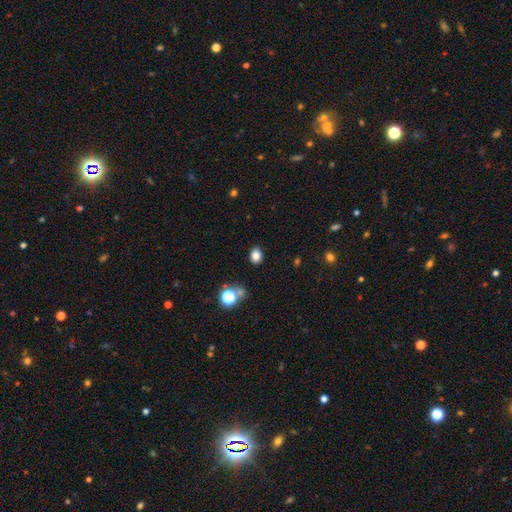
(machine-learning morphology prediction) The model was most divided on "how rounded": in between: 56%, round: 43%, cigar-shaped: 1%. More confident: merging — none (87%); smooth or featured — smooth (81%).